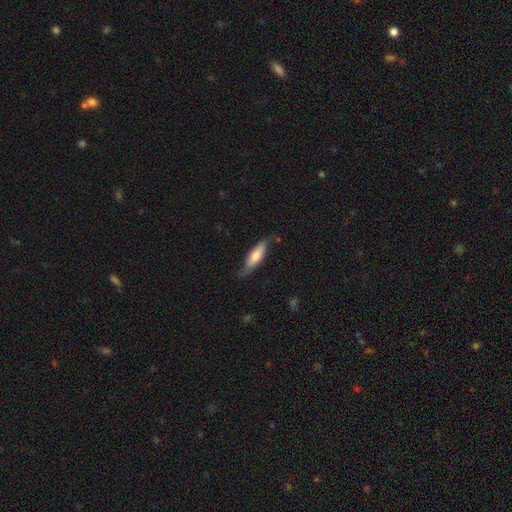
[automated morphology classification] smooth-or-featured: smooth: 63% | featured or disk: 31% | star or artifact: 5%
  how-rounded: cigar-shaped: 60% | in between: 39% | round: 2%
  merging: none: 68% | minor disturbance: 25% | major disturbance: 5% | merger: 2%